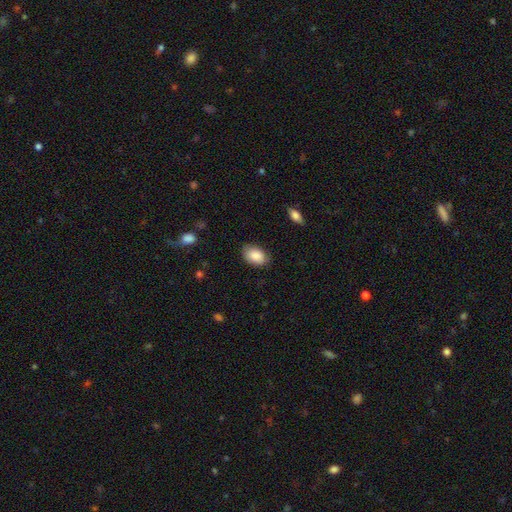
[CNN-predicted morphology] smooth-or-featured: smooth: 88% | star or artifact: 7% | featured or disk: 5%
  how-rounded: in between: 88% | round: 10% | cigar-shaped: 1%
  merging: none: 82% | minor disturbance: 14% | major disturbance: 3% | merger: 1%